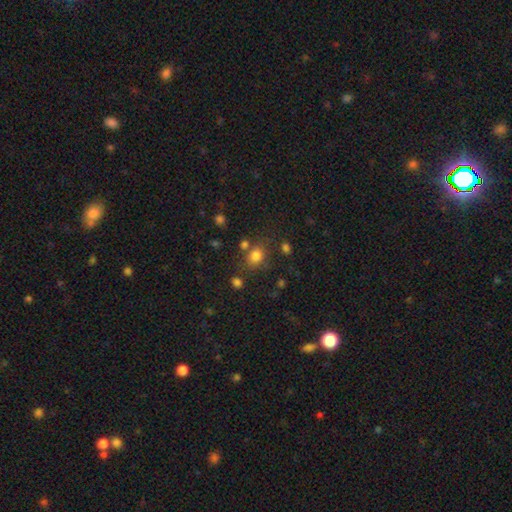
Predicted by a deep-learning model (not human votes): Morphology: type=smooth (79%); roundness=round (58%); merging=none (69%).